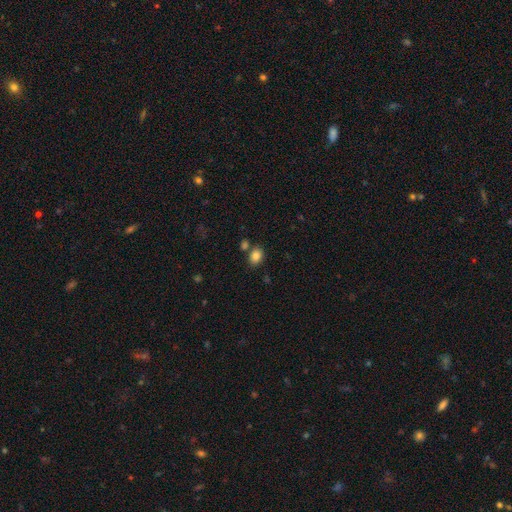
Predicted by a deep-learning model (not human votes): The model was most divided on "how rounded": in between: 64%, round: 35%, cigar-shaped: 1%. More confident: smooth or featured — smooth (85%); merging — none (72%).